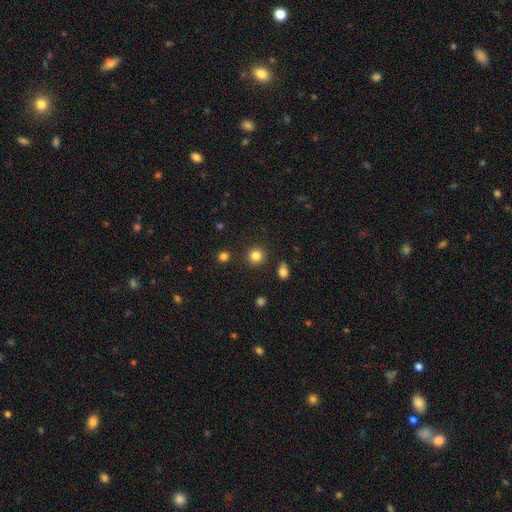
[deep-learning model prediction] Smooth or featured: smooth — 83% (star or artifact — 12%)
How rounded: round — 93% (in between — 6%)
Merging: none — 89% (minor disturbance — 6%)